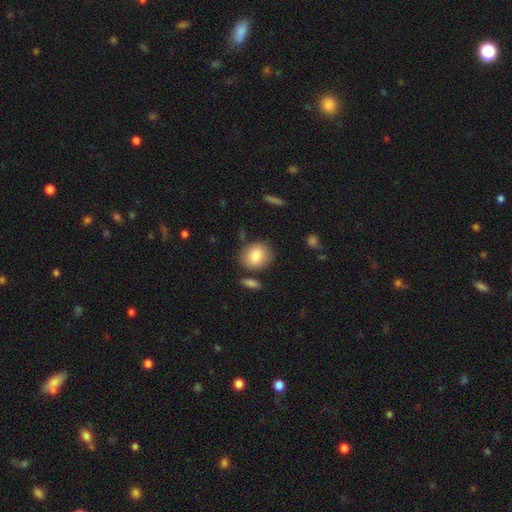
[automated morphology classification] Q: Smooth or featured?
A: smooth (82%); runner-up: featured or disk (10%)
Q: How rounded?
A: round (64%); runner-up: in between (35%)
Q: Merging?
A: none (79%); runner-up: minor disturbance (11%)